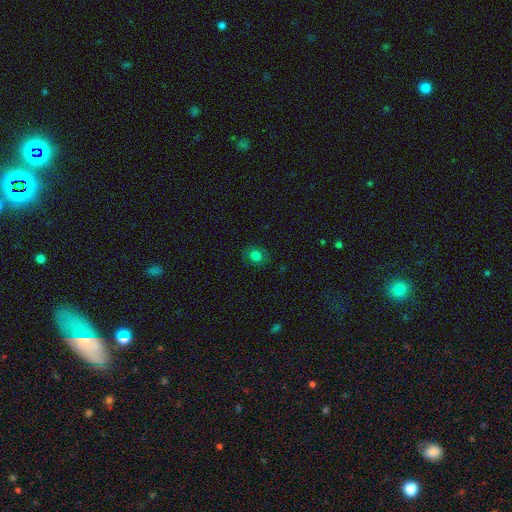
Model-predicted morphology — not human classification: Smooth or featured? smooth (79%)
How rounded? round (69%)
Merging? none (86%)